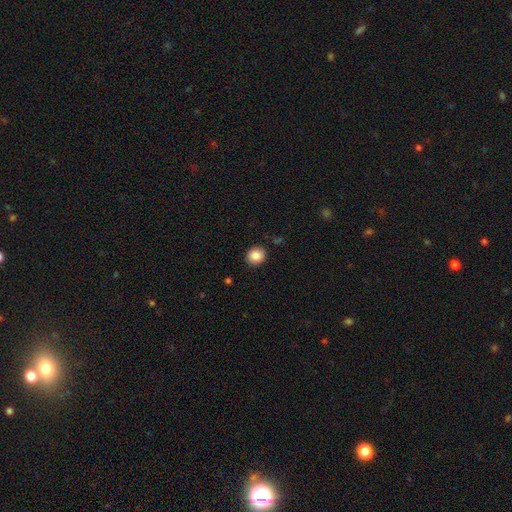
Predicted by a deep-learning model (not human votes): Morphology: type=smooth (86%); roundness=round (78%); merging=none (89%).